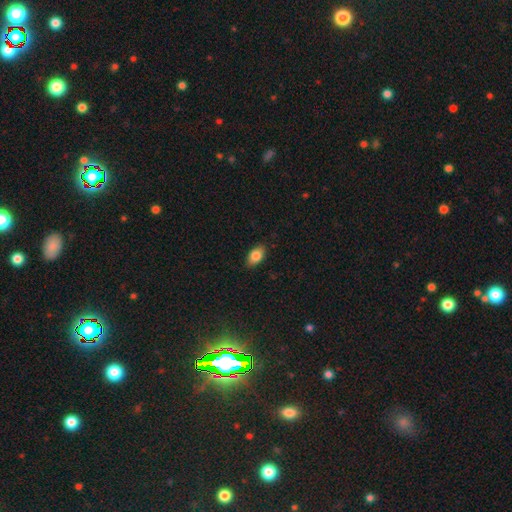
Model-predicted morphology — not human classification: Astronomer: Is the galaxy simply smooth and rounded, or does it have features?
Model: smooth — 83%.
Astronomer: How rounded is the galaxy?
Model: in between — 90%.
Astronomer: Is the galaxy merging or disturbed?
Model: none — 87%.